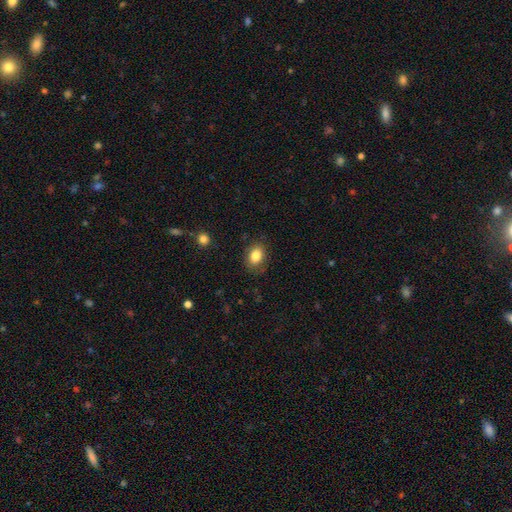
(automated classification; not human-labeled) A smooth galaxy with no disk features (84%) that is in between round and cigar-shaped (71%). Merging: none (82%).